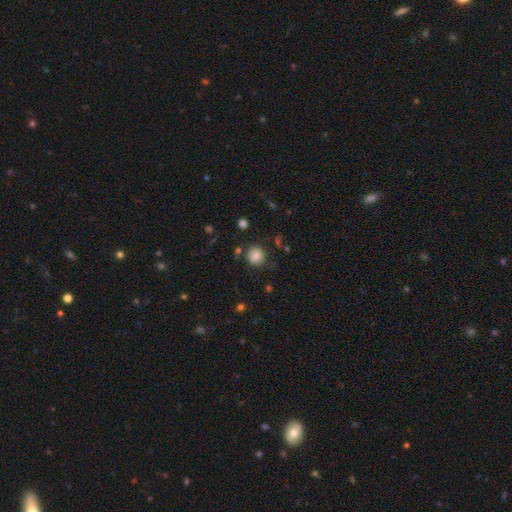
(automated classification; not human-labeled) Smooth or featured: smooth — 82% (star or artifact — 11%)
How rounded: round — 81% (in between — 18%)
Merging: none — 80% (minor disturbance — 13%)